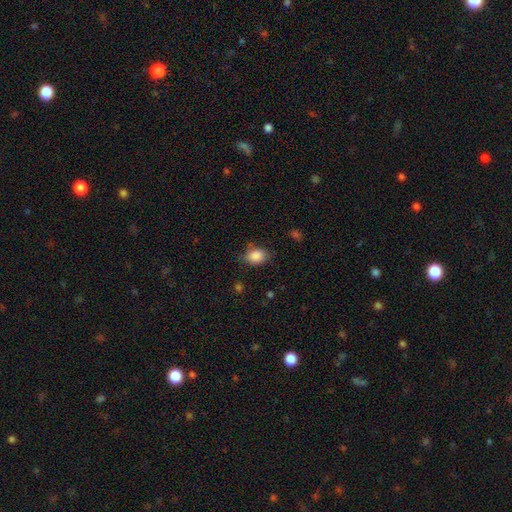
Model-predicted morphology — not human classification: Overall: smooth (88%). How rounded: in between (70%). Merging: none (76%).